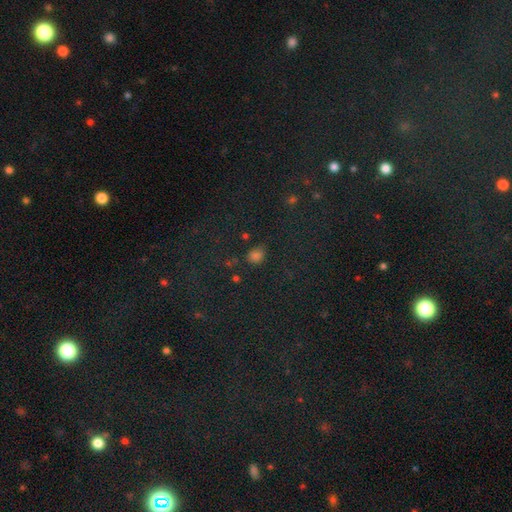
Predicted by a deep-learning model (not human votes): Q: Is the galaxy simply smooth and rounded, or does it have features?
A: smooth — 66%.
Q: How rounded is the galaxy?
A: round — 59%.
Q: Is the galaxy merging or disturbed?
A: none — 77%.